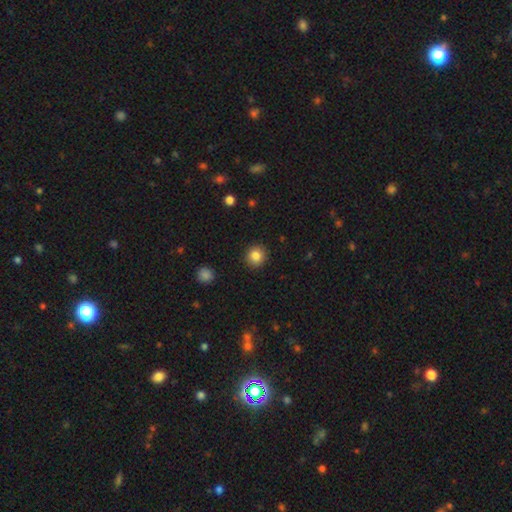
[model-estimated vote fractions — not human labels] This appears to be a smooth galaxy with no disk features (84%) that is round (91%). Merging: none (92%).